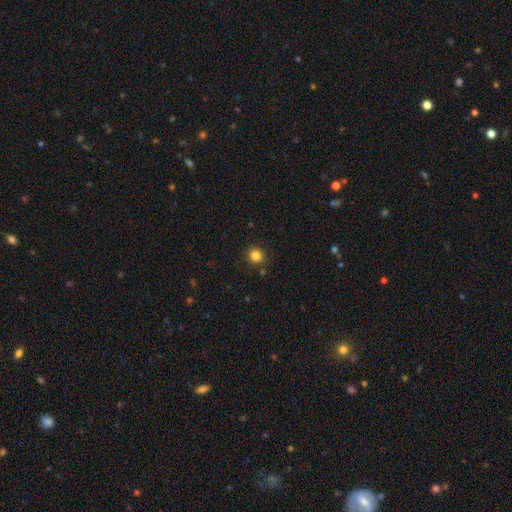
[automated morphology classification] smooth_or_featured: smooth (p=0.84) [alt: star or artifact p=0.12]
how_rounded: round (p=0.87) [alt: in between p=0.13]
merging: none (p=0.88) [alt: minor disturbance p=0.07]